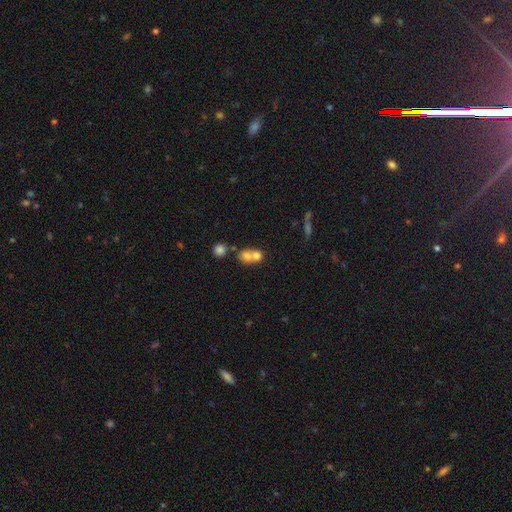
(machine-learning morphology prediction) Overall: smooth (70%). How rounded: round (72%). Merging: merger (63%; none 28%).